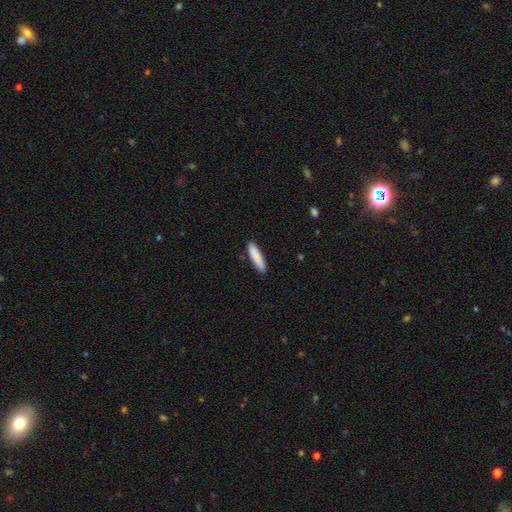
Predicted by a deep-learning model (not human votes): smooth 87%, featured or disk 7%, star or artifact 6%. Down the decision tree: how rounded — cigar-shaped (77%); merging — none (87%).